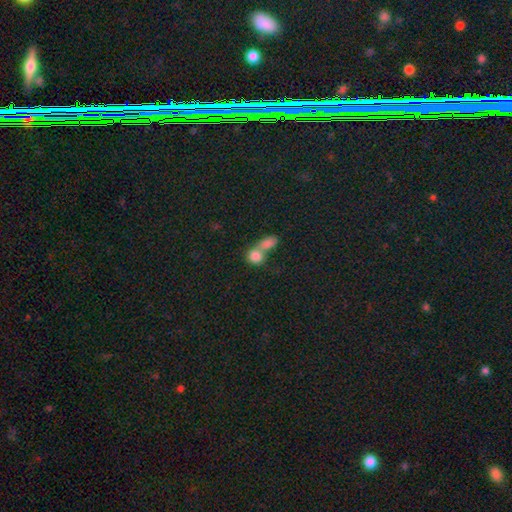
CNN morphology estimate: smooth-or-featured: smooth: 81% | featured or disk: 9% | star or artifact: 9%
  how-rounded: round: 63% | in between: 34% | cigar-shaped: 2%
  merging: merger: 68% | none: 22% | minor disturbance: 6% | major disturbance: 4%